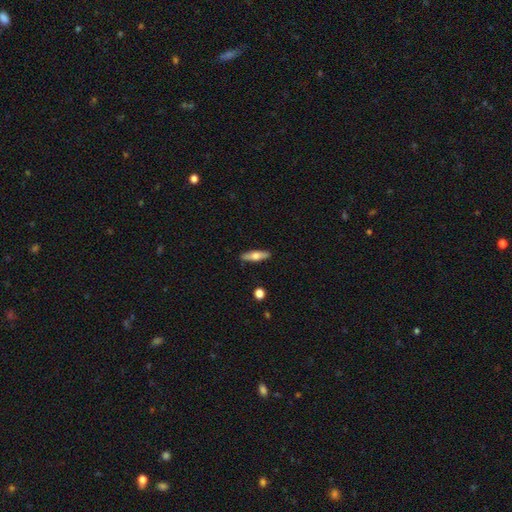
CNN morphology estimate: smooth-or-featured: smooth: 57% | featured or disk: 37% | star or artifact: 6%
  how-rounded: cigar-shaped: 60% | in between: 37% | round: 3%
  merging: none: 89% | minor disturbance: 8% | major disturbance: 2% | merger: 1%